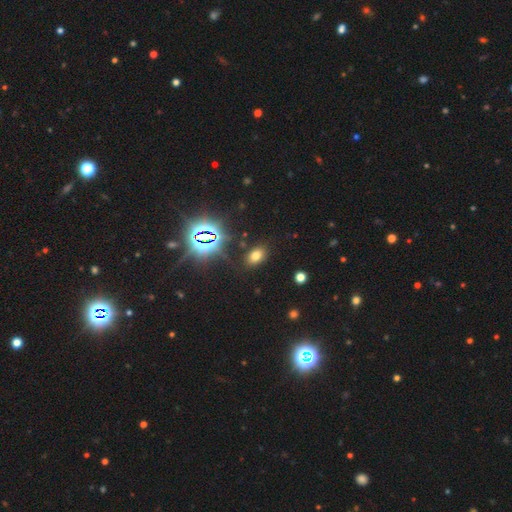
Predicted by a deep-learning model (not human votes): smooth 65%, star or artifact 26%, featured or disk 9%. Down the decision tree: how rounded — in between (84%); merging — none (86%).